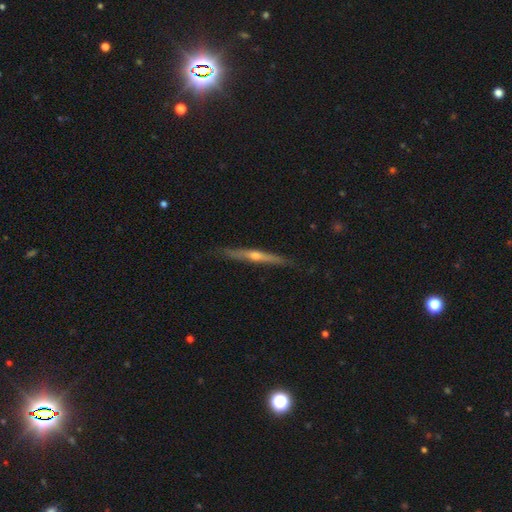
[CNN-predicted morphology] Overall: featured or disk (69%). Edge-on disk: yes (97%). Edge-on bulge: rounded (81%). Merging: none (86%).